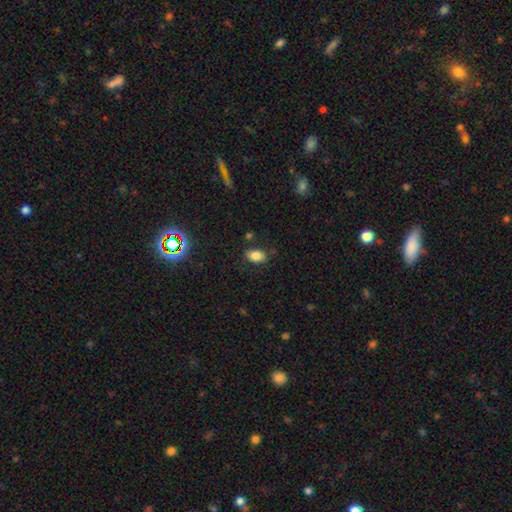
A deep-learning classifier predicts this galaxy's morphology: A smooth galaxy with no disk features (82%) that is in between round and cigar-shaped (89%). Merging: none (82%).